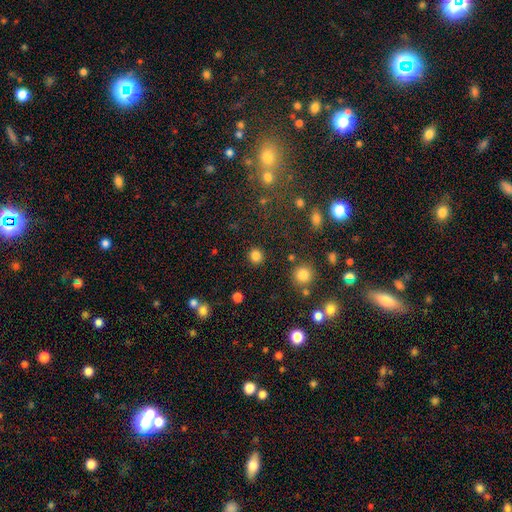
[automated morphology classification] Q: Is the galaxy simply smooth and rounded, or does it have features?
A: smooth — 83%.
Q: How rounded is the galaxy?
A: round — 91%.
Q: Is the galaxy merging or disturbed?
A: none — 90%.